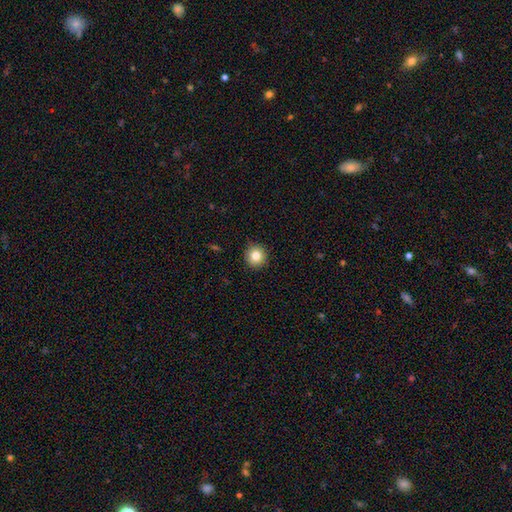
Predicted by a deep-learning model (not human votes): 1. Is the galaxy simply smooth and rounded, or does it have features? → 82% smooth, 10% star or artifact, 8% featured or disk.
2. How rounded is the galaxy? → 94% round, 5% in between, 1% cigar-shaped.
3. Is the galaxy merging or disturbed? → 91% none, 6% minor disturbance, 2% major disturbance, 1% merger.